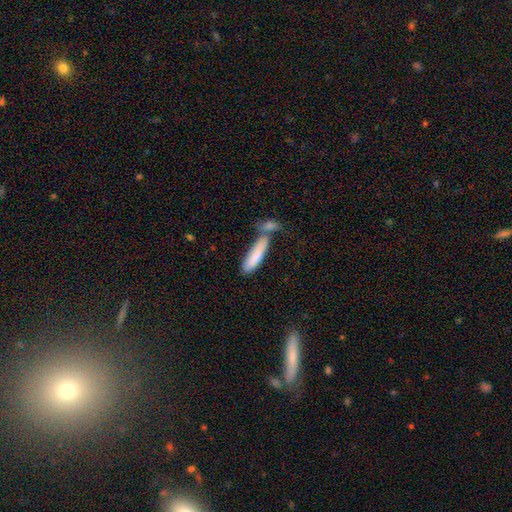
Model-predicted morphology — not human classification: Q: Smooth or featured?
A: smooth (81%); runner-up: featured or disk (13%)
Q: How rounded?
A: cigar-shaped (69%); runner-up: in between (30%)
Q: Merging?
A: none (43%); runner-up: merger (36%)